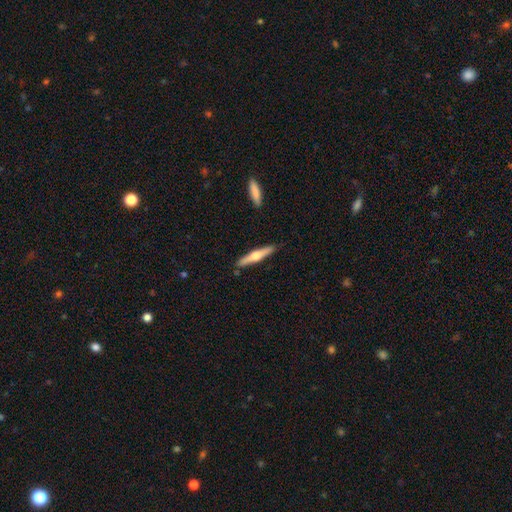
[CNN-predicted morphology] Q: Smooth or featured?
A: featured or disk (55%); runner-up: smooth (40%)
Q: Edge-on disk?
A: yes (97%); runner-up: no (3%)
Q: Edge-on bulge?
A: rounded (90%); runner-up: none (5%)
Q: Merging?
A: none (88%); runner-up: minor disturbance (8%)